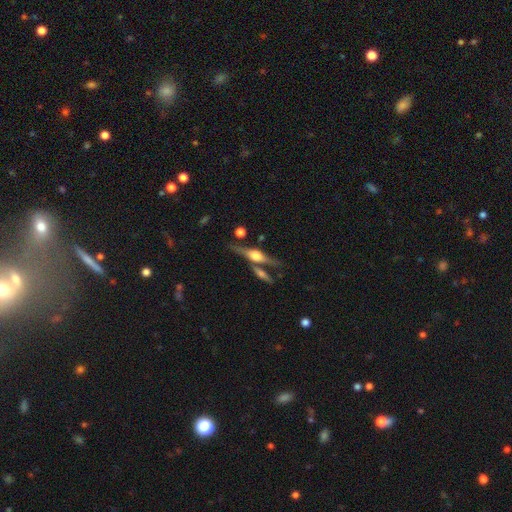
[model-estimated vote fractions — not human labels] Q: Smooth or featured?
A: featured or disk (80%); runner-up: smooth (13%)
Q: Edge-on disk?
A: yes (97%); runner-up: no (3%)
Q: Edge-on bulge?
A: rounded (91%); runner-up: boxy (7%)
Q: Merging?
A: none (72%); runner-up: merger (14%)